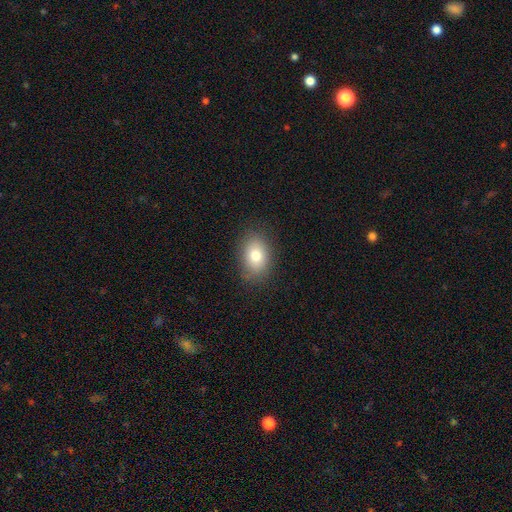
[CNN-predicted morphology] Q: Smooth or featured?
A: smooth (77%); runner-up: featured or disk (12%)
Q: How rounded?
A: in between (75%); runner-up: round (24%)
Q: Merging?
A: none (84%); runner-up: minor disturbance (11%)